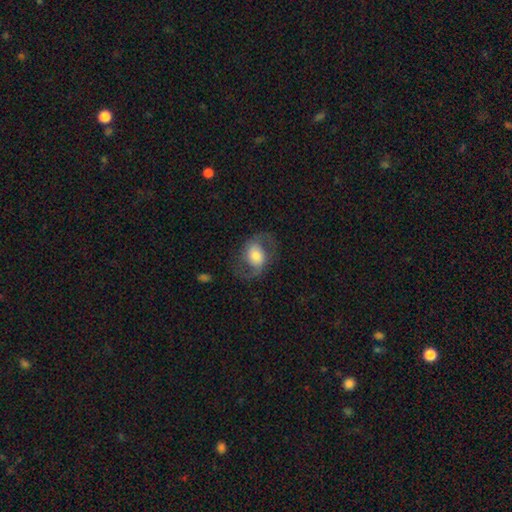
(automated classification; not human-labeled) Overall: featured or disk (61%; smooth 32%). Edge-on disk: no (96%). Bar: no (56%; weak 31%). Spiral arms: yes (80%). Bulge size: moderate (51%; large 23%). Merging: none (69%).